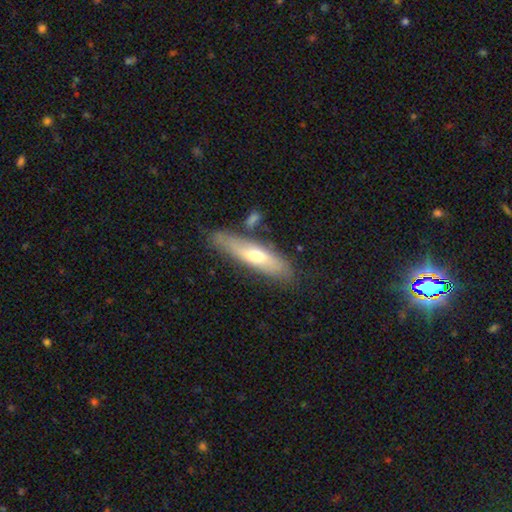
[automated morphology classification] The model was most divided on "smooth or featured": smooth: 53%, featured or disk: 41%, star or artifact: 6%. More confident: how rounded — cigar-shaped (69%); merging — none (68%).